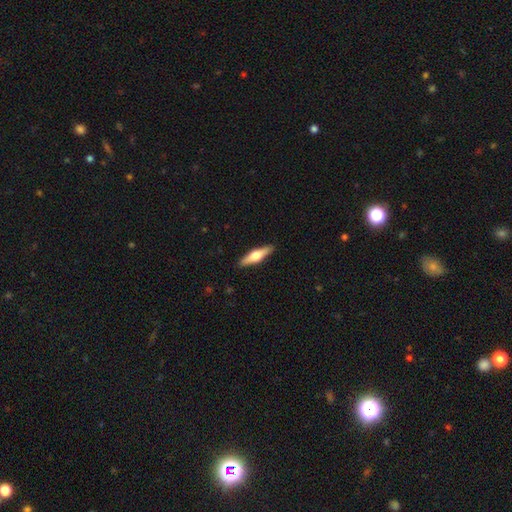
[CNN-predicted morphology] This appears to be a featured or disk galaxy (54%) viewed edge-on (95%) with a rounded central bulge (93%). Merging: none (91%).